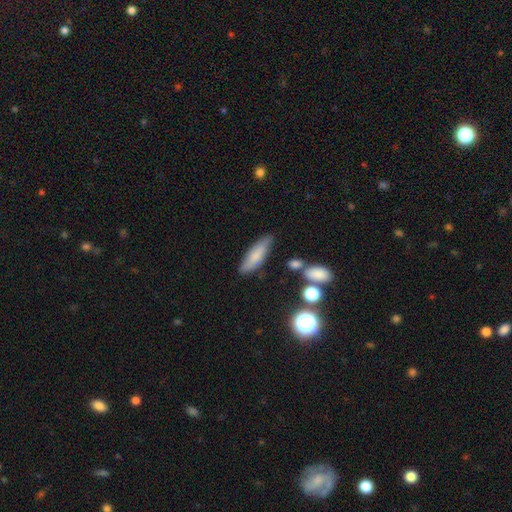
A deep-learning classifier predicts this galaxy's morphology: Q: Smooth or featured?
A: smooth (73%); runner-up: featured or disk (19%)
Q: How rounded?
A: cigar-shaped (58%); runner-up: in between (40%)
Q: Merging?
A: none (76%); runner-up: minor disturbance (16%)